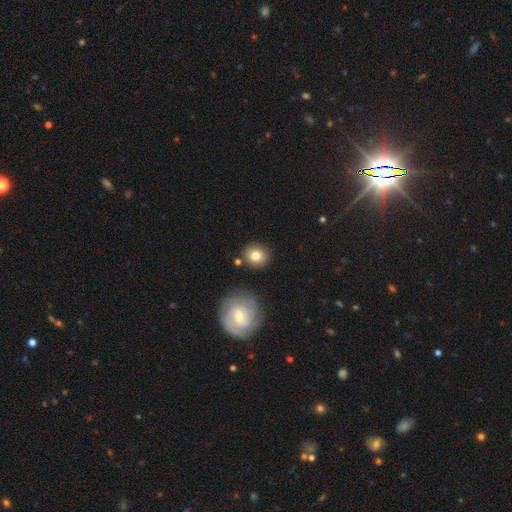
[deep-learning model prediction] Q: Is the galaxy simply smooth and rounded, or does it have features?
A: smooth — 80%.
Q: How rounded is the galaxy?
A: round — 85%.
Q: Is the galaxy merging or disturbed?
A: none — 82%.